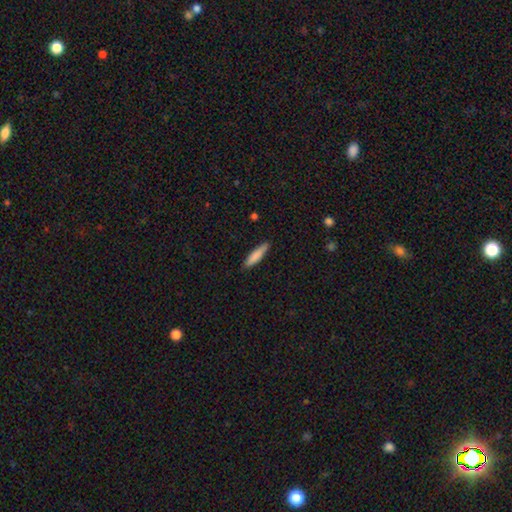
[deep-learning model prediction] The model was most divided on "how rounded": cigar-shaped: 83%, in between: 15%, round: 1%. More confident: merging — none (88%); smooth or featured — smooth (84%).